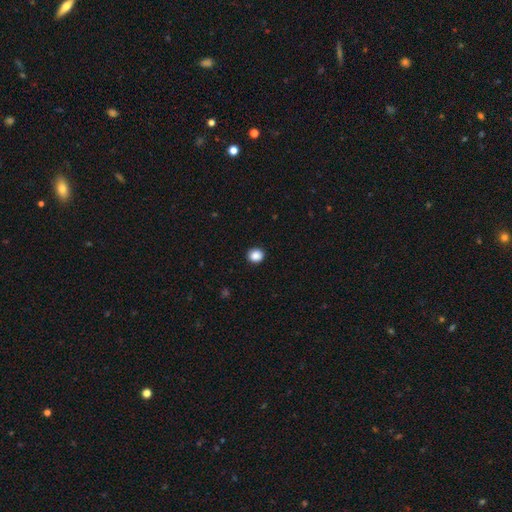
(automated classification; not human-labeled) Smooth or featured?
  - smooth: 88% *
  - star or artifact: 9%
  - featured or disk: 3%
How rounded?
  - round: 80% *
  - in between: 19%
  - cigar-shaped: 1%
Merging?
  - none: 92% *
  - minor disturbance: 5%
  - major disturbance: 2%
  - merger: 1%